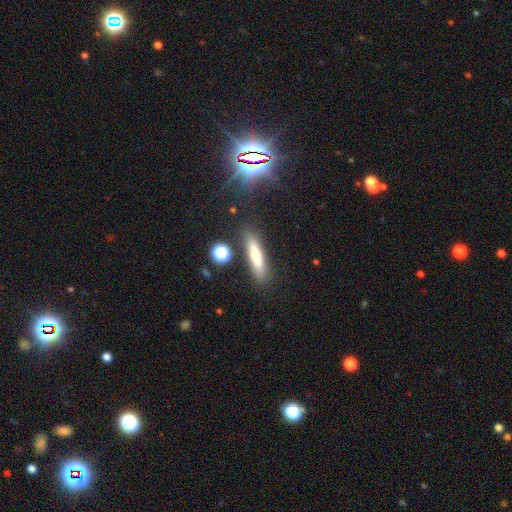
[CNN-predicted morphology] This is likely a smooth galaxy (60%). How rounded: clearly cigar-shaped (82%). Merging: clearly none (83%).